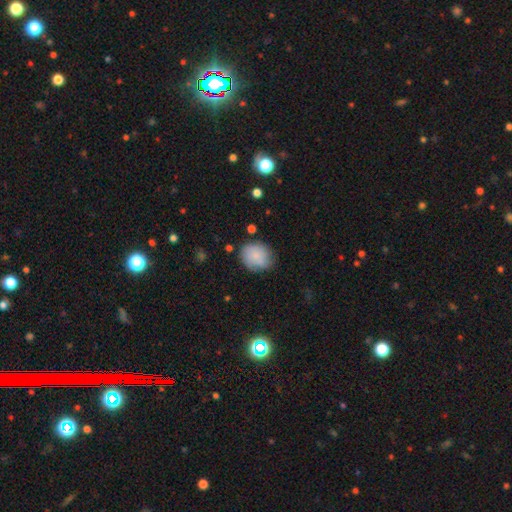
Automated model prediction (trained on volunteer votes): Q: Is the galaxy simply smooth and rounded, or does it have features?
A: smooth — 81%.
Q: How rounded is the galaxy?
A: round — 63%.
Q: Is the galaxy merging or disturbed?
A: none — 69%.